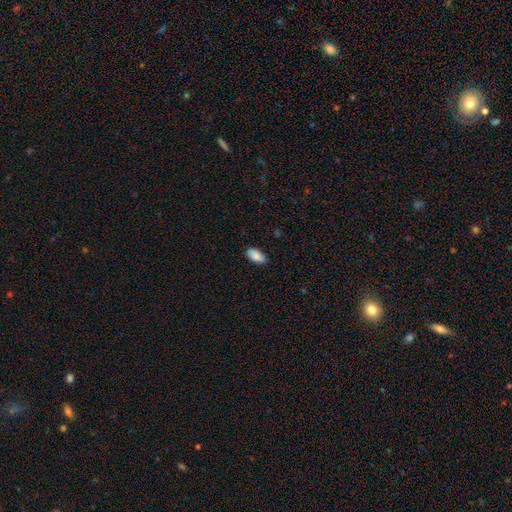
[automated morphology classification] The model was most divided on "merging": none: 81%, minor disturbance: 15%, major disturbance: 2%, merger: 1%. More confident: how rounded — in between (92%); smooth or featured — smooth (86%).